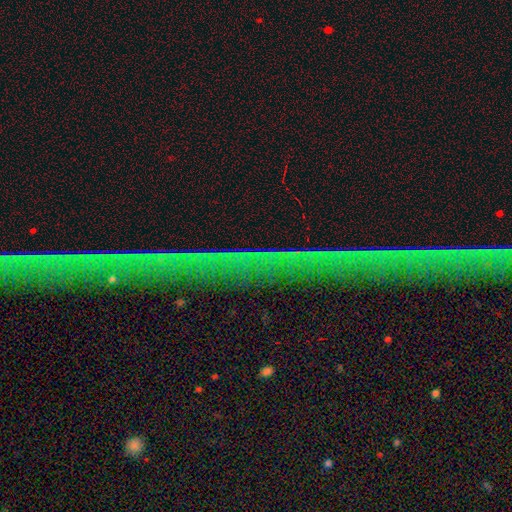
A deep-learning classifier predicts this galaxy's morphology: smooth_or_featured: star or artifact (p=0.72) [alt: featured or disk p=0.16]